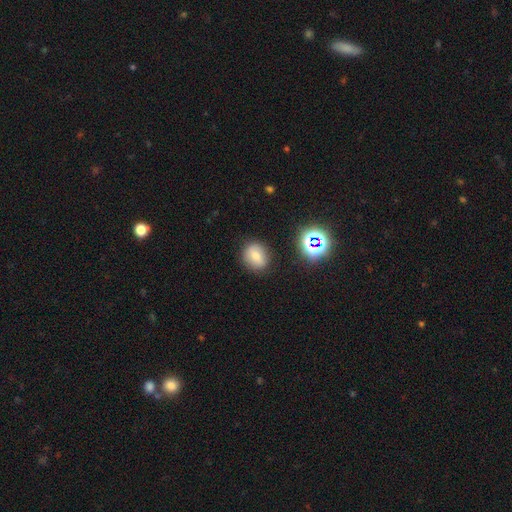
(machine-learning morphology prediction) Smooth or featured: smooth — 71% (star or artifact — 15%)
How rounded: round — 67% (in between — 32%)
Merging: none — 84% (minor disturbance — 11%)